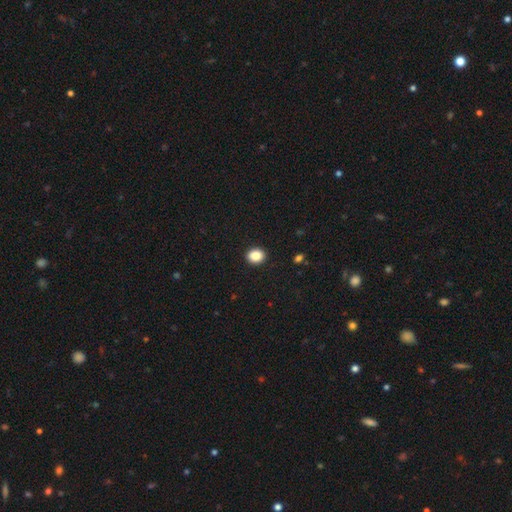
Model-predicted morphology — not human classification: This is clearly a smooth galaxy (86%). How rounded: likely round (63%). Merging: clearly none (92%).